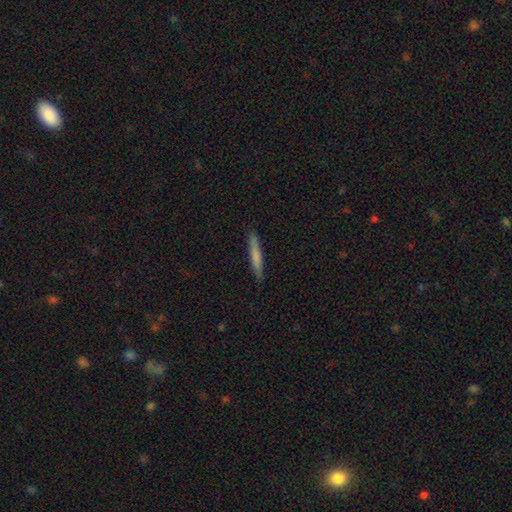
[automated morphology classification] A smooth galaxy with no disk features (71%) that is cigar-shaped (95%). Merging: none (90%).